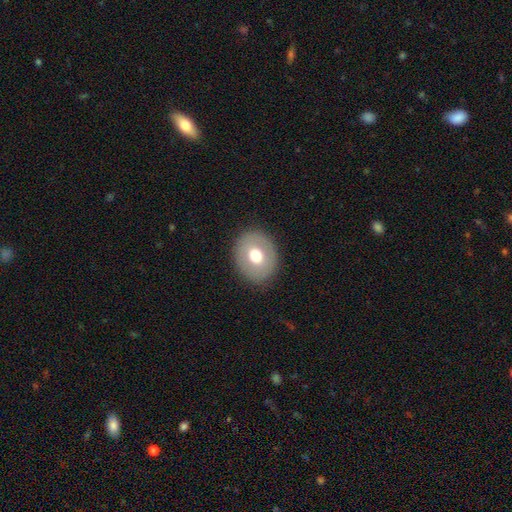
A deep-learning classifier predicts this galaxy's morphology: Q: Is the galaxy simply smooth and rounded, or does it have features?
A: smooth — 64%.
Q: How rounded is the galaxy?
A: round — 54%.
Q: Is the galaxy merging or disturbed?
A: none — 86%.